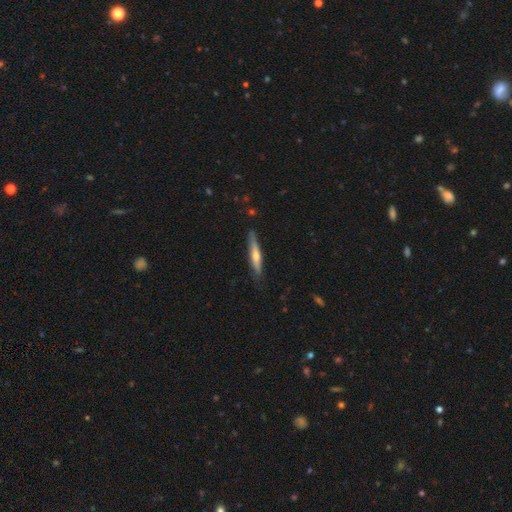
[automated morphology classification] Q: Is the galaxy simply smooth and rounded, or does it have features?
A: featured or disk — 56%.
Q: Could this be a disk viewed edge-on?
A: yes — 94%.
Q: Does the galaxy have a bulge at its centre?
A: rounded — 82%.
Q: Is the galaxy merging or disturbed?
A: none — 85%.